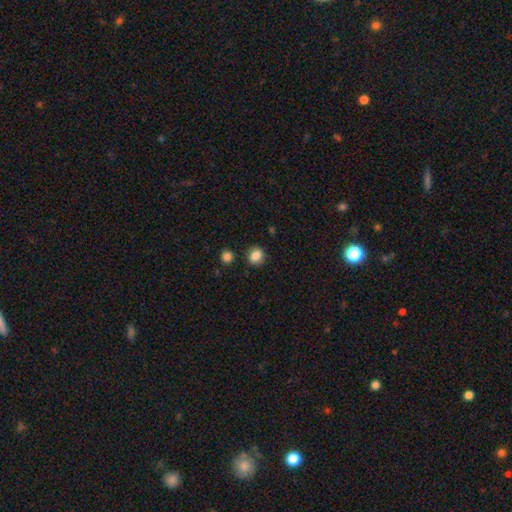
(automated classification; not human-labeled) Smooth or featured? Predicted: smooth (p=0.86). How rounded? Predicted: round (p=0.66). Merging? Predicted: none (p=0.84).